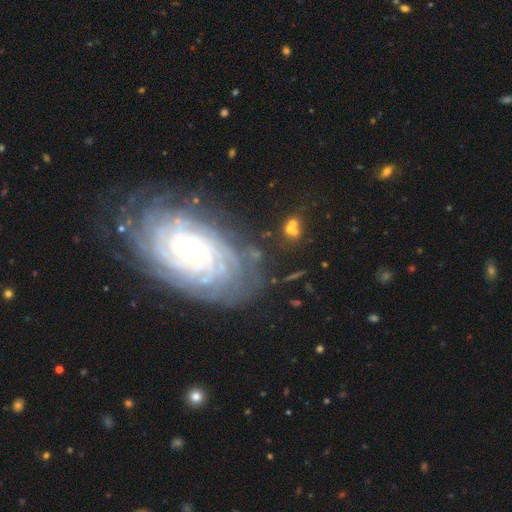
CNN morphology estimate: A featured or disk galaxy (84%) with no bar (78%), more than 4 (32%) tight (82%) spiral arms (96%) and a small central bulge (77%).

Vote fractions:
- Smooth or featured? featured or disk: 84% / smooth: 9% / star or artifact: 7%
- Edge-on disk? no: 96% / yes: 4%
- Bar? no: 78% / weak: 16% / strong: 6%
- Spiral arms? yes: 96% / no: 4%
- Spiral winding? tight: 82% / medium: 14% / loose: 4%
- Spiral arm count? more than 4: 32% / can't tell: 30% / 4: 18% / 3: 8% / 2: 7% / 1: 6%
- Bulge size? small: 77% / moderate: 18% / large: 2% / none: 2% / dominant: 1%
- Merging? none: 76% / minor disturbance: 14% / major disturbance: 7% / merger: 3%